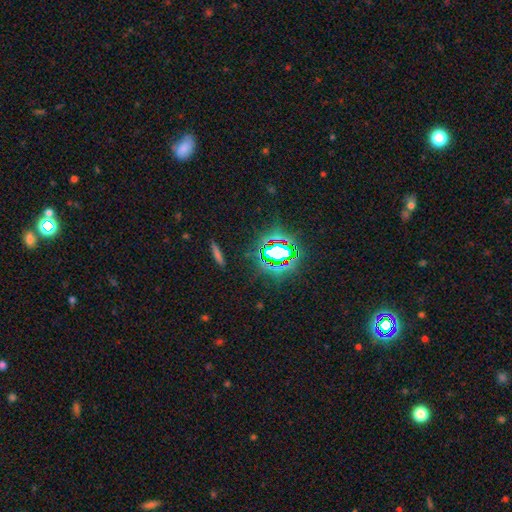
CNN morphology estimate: This is likely a star or artifact rather than a galaxy (79%).